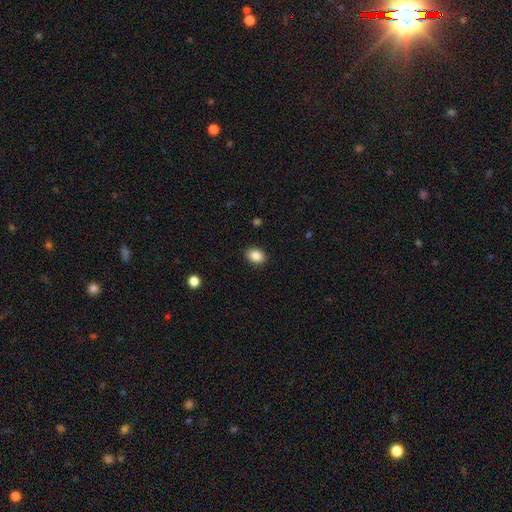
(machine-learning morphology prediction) smooth_or_featured: smooth (p=0.87) [alt: star or artifact p=0.09]
how_rounded: in between (p=0.72) [alt: round p=0.27]
merging: none (p=0.89) [alt: minor disturbance p=0.07]